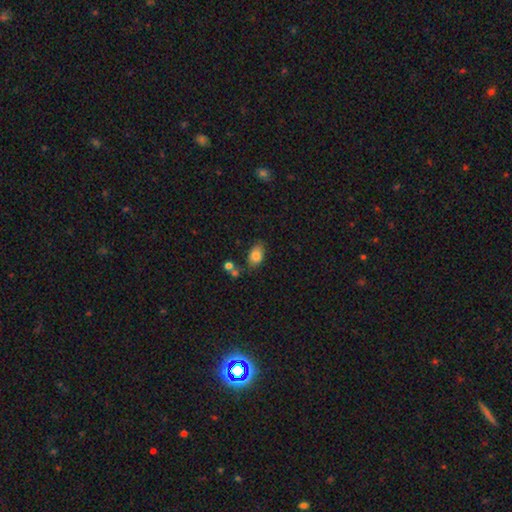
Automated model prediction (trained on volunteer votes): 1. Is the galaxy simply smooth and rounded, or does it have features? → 84% smooth, 8% star or artifact, 8% featured or disk.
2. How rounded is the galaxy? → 87% in between, 12% round, 2% cigar-shaped.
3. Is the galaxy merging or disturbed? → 69% none, 18% minor disturbance, 8% merger, 4% major disturbance.